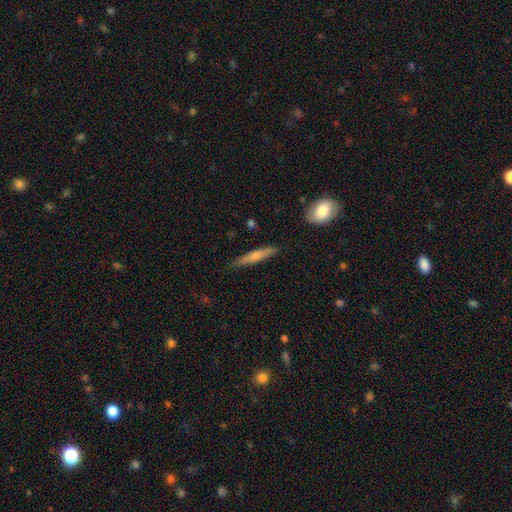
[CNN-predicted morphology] Smooth or featured? Predicted: smooth (p=0.57). How rounded? Predicted: cigar-shaped (p=0.90). Merging? Predicted: none (p=0.85).